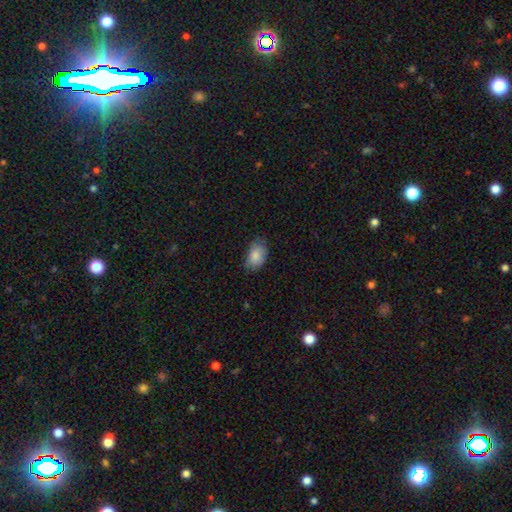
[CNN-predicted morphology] Q: Smooth or featured?
A: smooth (85%); runner-up: featured or disk (8%)
Q: How rounded?
A: in between (89%); runner-up: round (9%)
Q: Merging?
A: none (69%); runner-up: minor disturbance (25%)